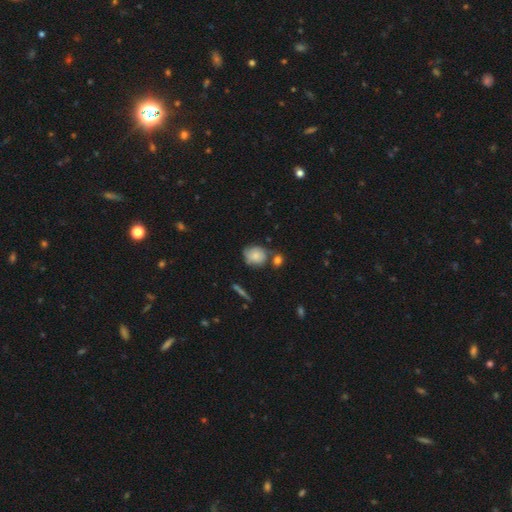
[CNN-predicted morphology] The model was most divided on "how rounded": round: 58%, in between: 40%, cigar-shaped: 2%. More confident: smooth or featured — smooth (70%); merging — none (52%).